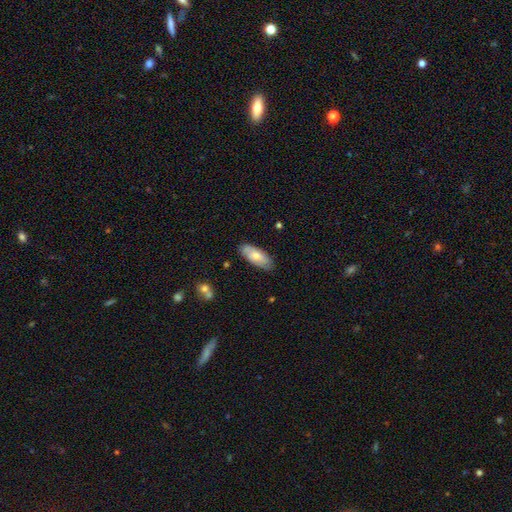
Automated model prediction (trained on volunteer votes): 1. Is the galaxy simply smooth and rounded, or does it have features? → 61% smooth, 33% featured or disk, 6% star or artifact.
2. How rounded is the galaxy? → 81% in between, 17% cigar-shaped, 2% round.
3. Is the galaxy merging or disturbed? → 82% none, 14% minor disturbance, 2% major disturbance, 1% merger.